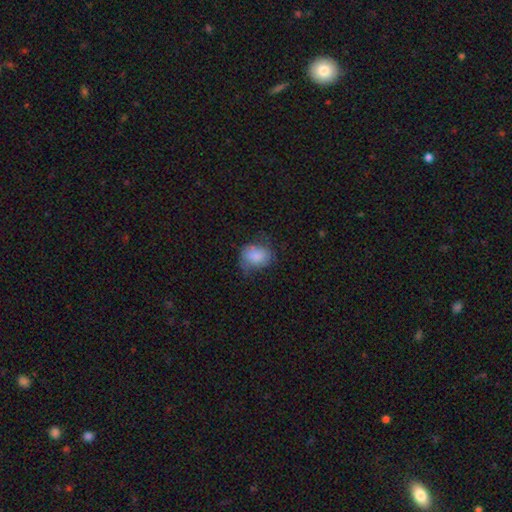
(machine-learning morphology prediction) A smooth galaxy with no disk features (78%) that is in between round and cigar-shaped (55%).

Vote fractions:
- Smooth or featured? smooth: 78% / featured or disk: 14% / star or artifact: 8%
- How rounded? in between: 55% / round: 44% / cigar-shaped: 1%
- Merging? none: 49% / minor disturbance: 32% / major disturbance: 17% / merger: 2%